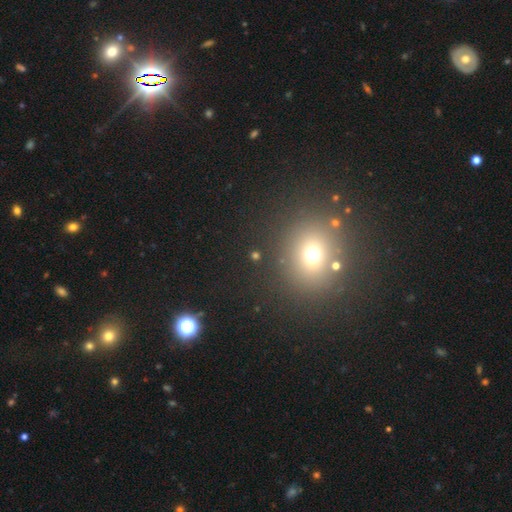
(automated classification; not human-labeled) Overall: smooth (57%; star or artifact 33%). How rounded: round (80%). Merging: none (83%).